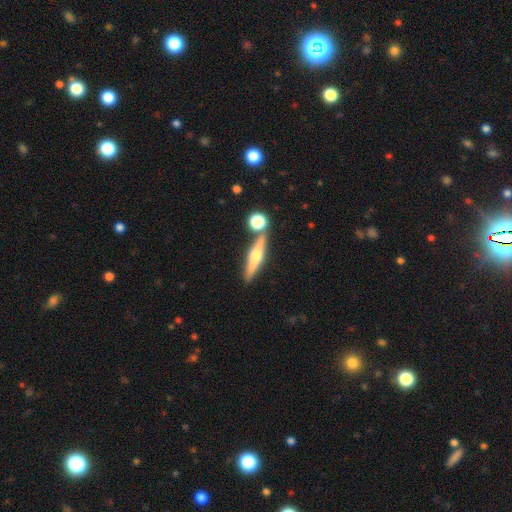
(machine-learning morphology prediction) Overall: featured or disk (62%; smooth 31%). Edge-on disk: yes (95%). Edge-on bulge: rounded (94%). Merging: none (78%).